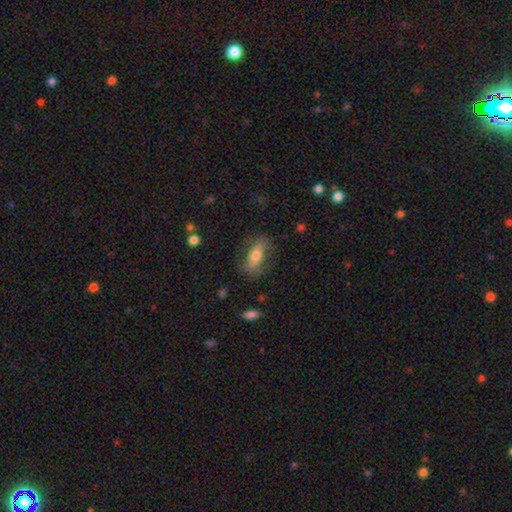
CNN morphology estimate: Smooth or featured?
  - smooth: 57% *
  - featured or disk: 35%
  - star or artifact: 7%
How rounded?
  - in between: 80% *
  - cigar-shaped: 15%
  - round: 5%
Merging?
  - none: 73% *
  - minor disturbance: 18%
  - major disturbance: 8%
  - merger: 2%